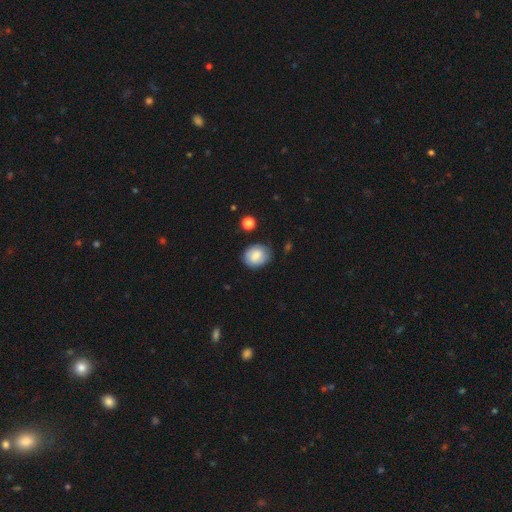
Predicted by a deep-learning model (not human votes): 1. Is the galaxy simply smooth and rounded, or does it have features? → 75% smooth, 17% featured or disk, 8% star or artifact.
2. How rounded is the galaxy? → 55% round, 44% in between, 1% cigar-shaped.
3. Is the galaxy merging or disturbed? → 77% none, 17% minor disturbance, 4% major disturbance, 2% merger.